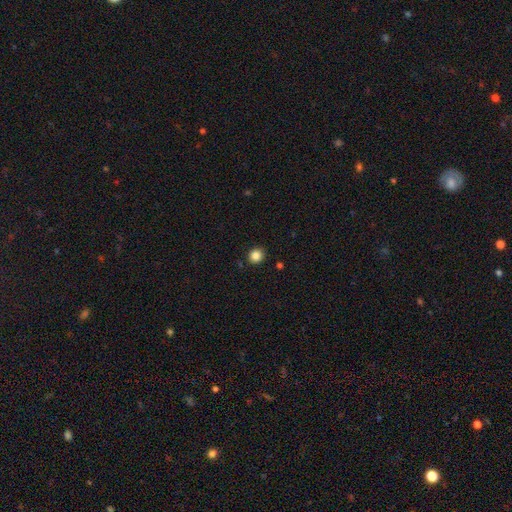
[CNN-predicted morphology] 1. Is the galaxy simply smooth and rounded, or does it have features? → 85% smooth, 11% star or artifact, 4% featured or disk.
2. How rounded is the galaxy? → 89% round, 10% in between, 1% cigar-shaped.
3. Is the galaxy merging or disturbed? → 90% none, 6% minor disturbance, 2% major disturbance, 2% merger.